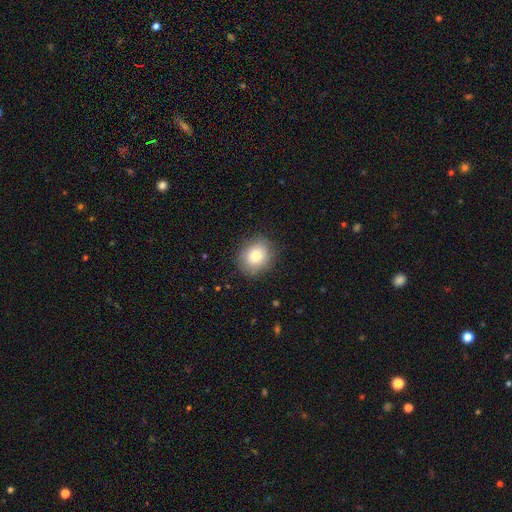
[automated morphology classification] Smooth or featured? smooth (78%)
How rounded? round (70%)
Merging? none (84%)